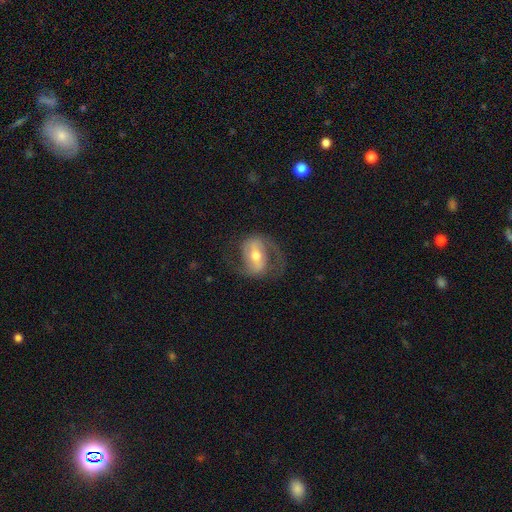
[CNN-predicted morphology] Overall: featured or disk (78%). Edge-on disk: no (96%). Bar: strong (42%; weak 39%). Spiral arms: yes (90%). Spiral arm count: 2 (87%). Spiral winding: medium (53%; loose 30%). Bulge size: moderate (67%). Merging: none (68%).